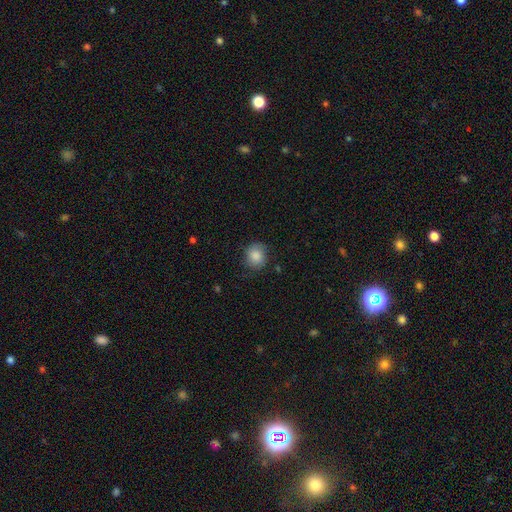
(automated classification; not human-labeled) Q: Smooth or featured?
A: smooth (83%); runner-up: featured or disk (9%)
Q: How rounded?
A: round (79%); runner-up: in between (20%)
Q: Merging?
A: none (75%); runner-up: minor disturbance (19%)